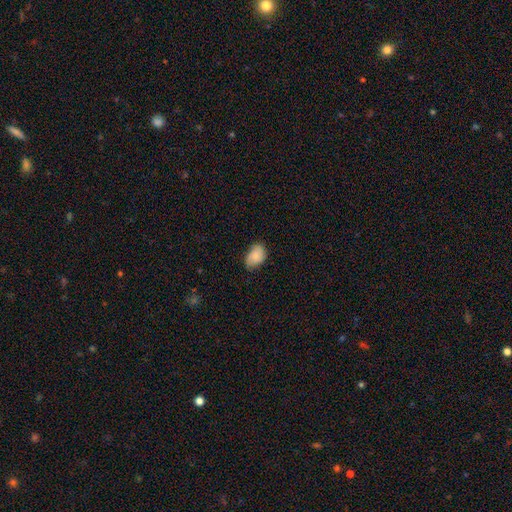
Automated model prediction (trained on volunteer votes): This appears to be a smooth galaxy with no disk features (79%) that is in between round and cigar-shaped (85%). Merging: none (70%).